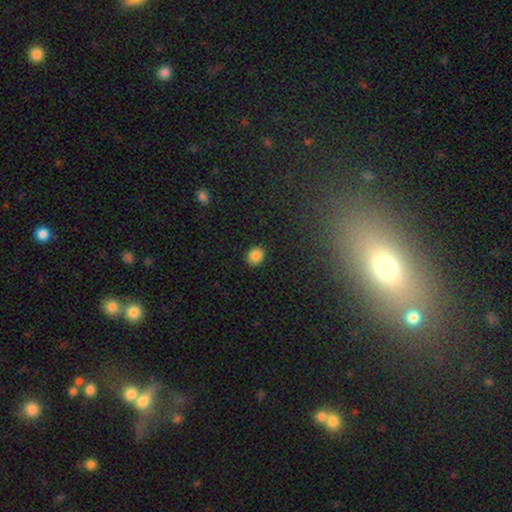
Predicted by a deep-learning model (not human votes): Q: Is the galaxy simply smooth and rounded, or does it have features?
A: smooth — 86%.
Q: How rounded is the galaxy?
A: round — 67%.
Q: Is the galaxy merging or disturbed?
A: none — 90%.